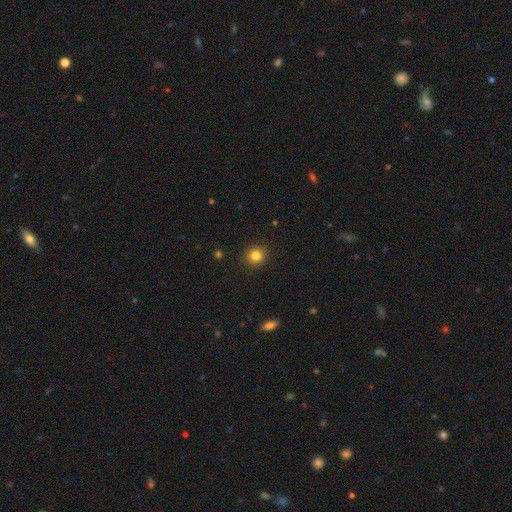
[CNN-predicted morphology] A smooth galaxy with no disk features (82%) that is round (90%). Merging: none (92%).